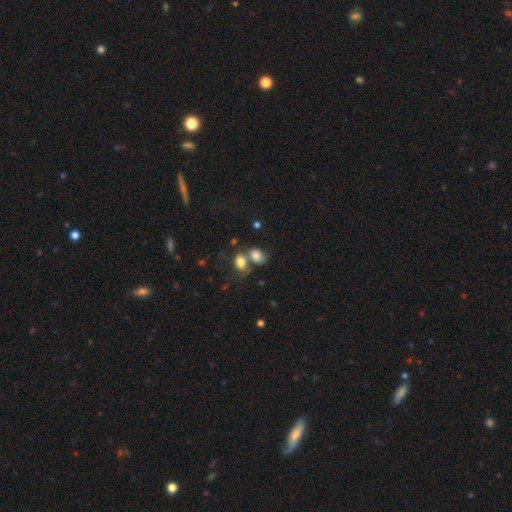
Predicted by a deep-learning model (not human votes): This is likely a smooth galaxy (76%). How rounded: likely in between (70%). Merging: possibly merger (54%).